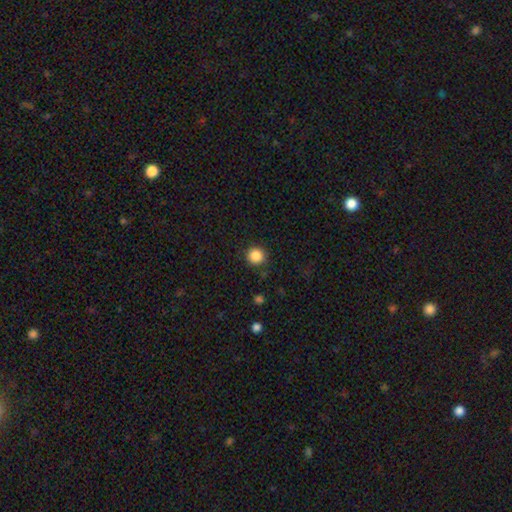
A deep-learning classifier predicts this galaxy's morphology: smooth_or_featured: smooth (p=0.87) [alt: star or artifact p=0.10]
how_rounded: round (p=0.94) [alt: in between p=0.05]
merging: none (p=0.90) [alt: minor disturbance p=0.07]